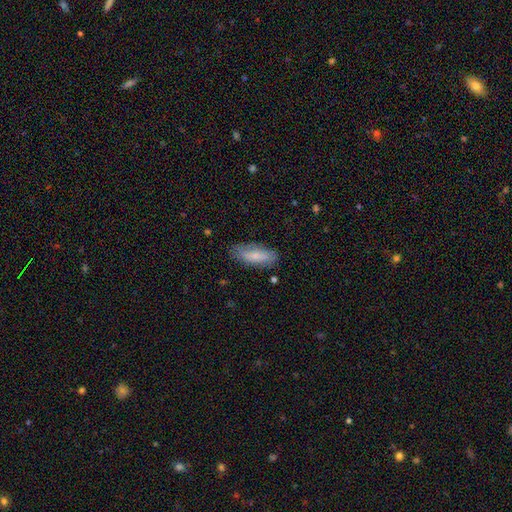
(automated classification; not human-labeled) A smooth galaxy with no disk features (70%) that is in between round and cigar-shaped (73%). Merging: none (75%).